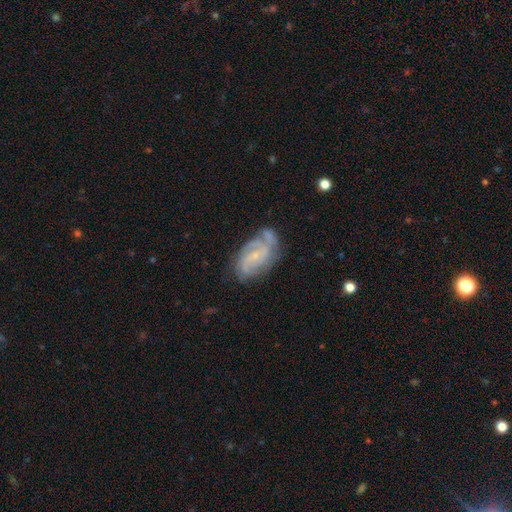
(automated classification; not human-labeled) smooth-or-featured: featured or disk: 82% | smooth: 11% | star or artifact: 6%
  disk-edge-on: no: 97% | yes: 3%
    bar: no: 51% | weak: 40% | strong: 8%
    has-spiral-arms: yes: 95% | no: 5%
      spiral-winding: medium: 43% (tied) | tight: 43% (tied) | loose: 14%
      spiral-arm-count: 2: 45% | 3: 22% | can't tell: 19% | 4: 5% | 1: 5% | more than 4: 4%
    bulge-size: small: 74% | moderate: 14% | none: 10% | large: 1% | dominant: 1%
  merging: none: 61% | minor disturbance: 24% | major disturbance: 10% | merger: 5%